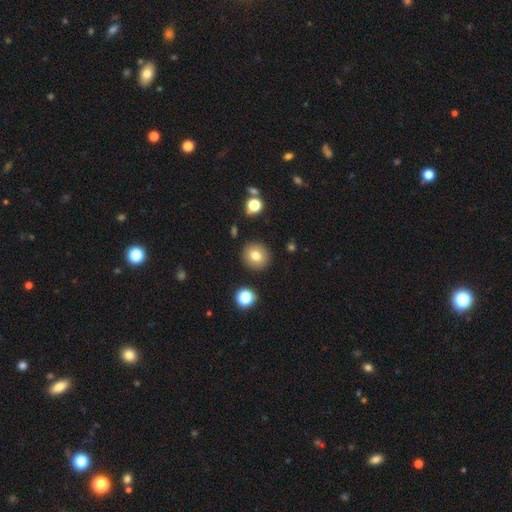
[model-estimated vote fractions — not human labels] Q: Smooth or featured?
A: smooth (77%); runner-up: featured or disk (12%)
Q: How rounded?
A: round (91%); runner-up: in between (8%)
Q: Merging?
A: none (89%); runner-up: minor disturbance (6%)